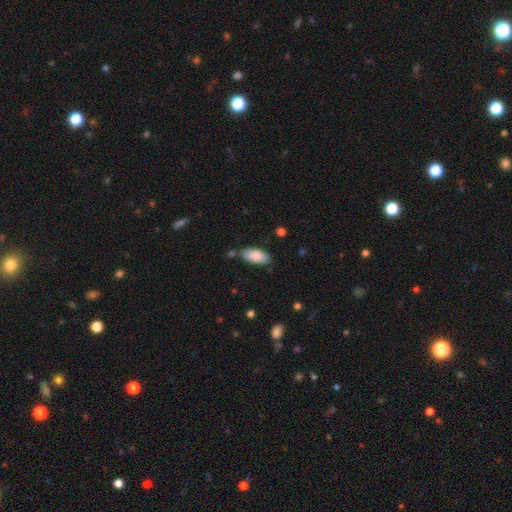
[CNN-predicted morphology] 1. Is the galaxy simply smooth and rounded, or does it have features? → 85% smooth, 9% featured or disk, 6% star or artifact.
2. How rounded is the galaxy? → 91% in between, 8% cigar-shaped, 2% round.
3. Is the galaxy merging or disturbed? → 76% none, 16% minor disturbance, 5% merger, 3% major disturbance.